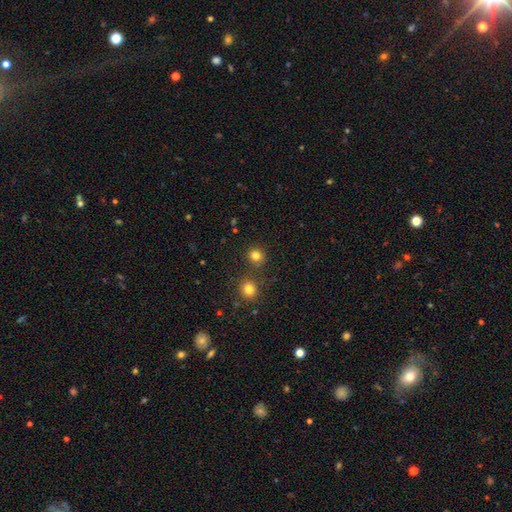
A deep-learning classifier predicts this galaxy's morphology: smooth-or-featured: smooth: 81% | star or artifact: 14% | featured or disk: 5%
  how-rounded: round: 90% | in between: 9% | cigar-shaped: 1%
  merging: none: 83% | merger: 8% | minor disturbance: 7% | major disturbance: 3%